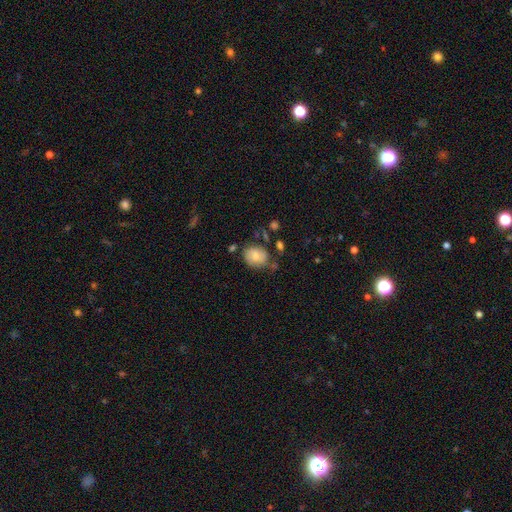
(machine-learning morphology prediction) smooth 58%, featured or disk 33%, star or artifact 9%. Down the decision tree: how rounded — round (57%); merging — none (61%).